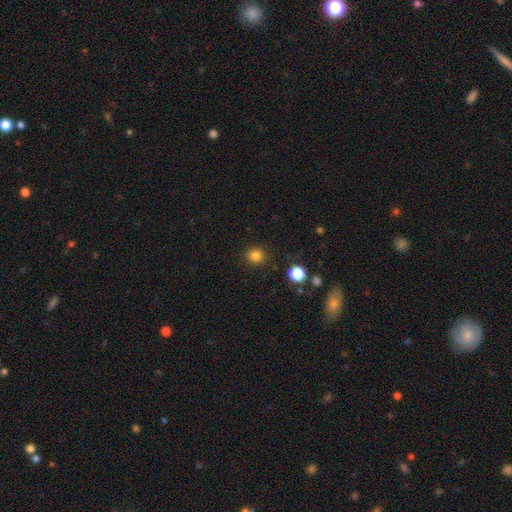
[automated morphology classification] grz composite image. It shows a smooth galaxy with no disk features (83%) that is round (91%). Merging: none (91%).